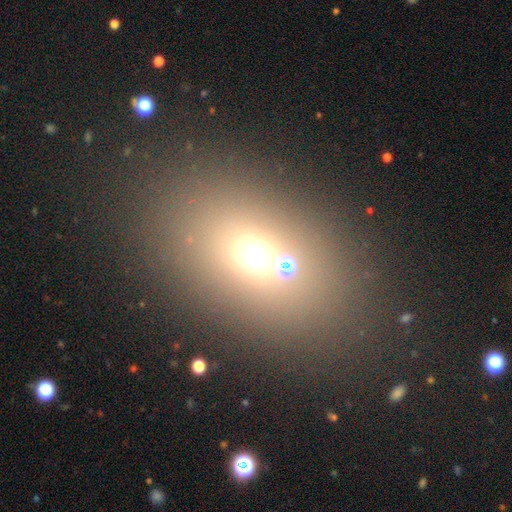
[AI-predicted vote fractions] This appears to be a smooth galaxy with no disk features (60%) that is in between round and cigar-shaped (66%). Merging: none (65%).